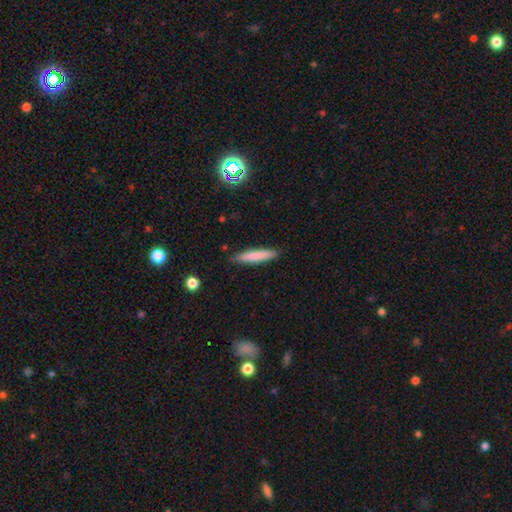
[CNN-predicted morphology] smooth-or-featured: smooth: 78% | featured or disk: 15% | star or artifact: 6%
  how-rounded: cigar-shaped: 90% | in between: 9% | round: 1%
  merging: none: 86% | minor disturbance: 11% | major disturbance: 2% | merger: 1%